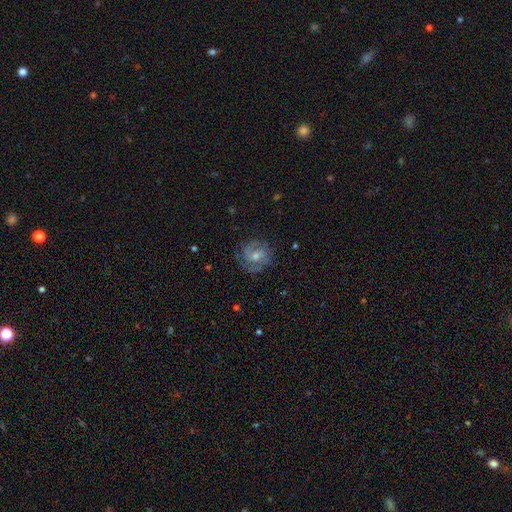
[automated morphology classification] Overall: featured or disk (81%). Edge-on disk: no (98%). Bar: weak (45%; no 44%). Spiral arms: yes (96%). Spiral arm count: 2 (61%). Spiral winding: tight (56%; medium 37%). Bulge size: moderate (52%; small 41%). Merging: none (81%).